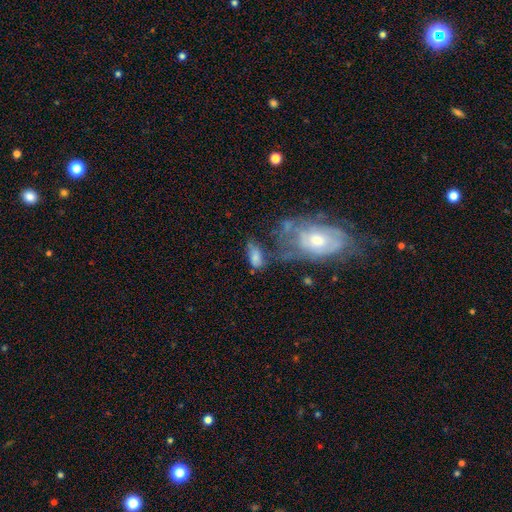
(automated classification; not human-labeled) This is likely a smooth galaxy (62%). How rounded: clearly in between (88%). Merging: marginally none (27%).